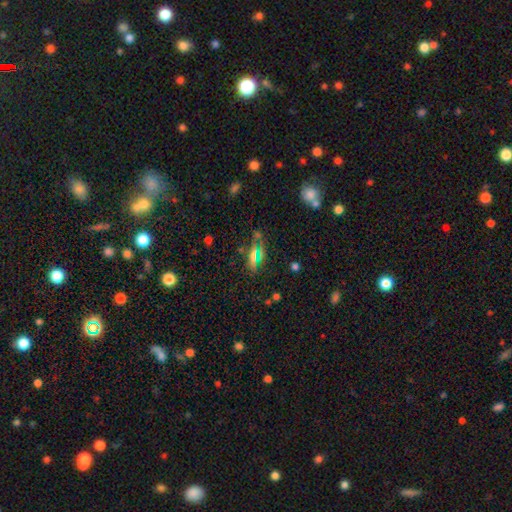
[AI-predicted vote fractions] Smooth or featured? Predicted: smooth (p=0.51). How rounded? Predicted: in between (p=0.68). Merging? Predicted: none (p=0.69).